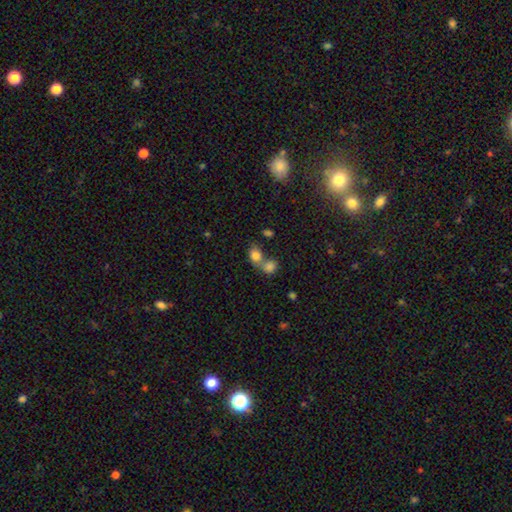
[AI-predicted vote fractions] A smooth galaxy with no disk features (81%) that is in between round and cigar-shaped (52%). Merging: merger (57%).